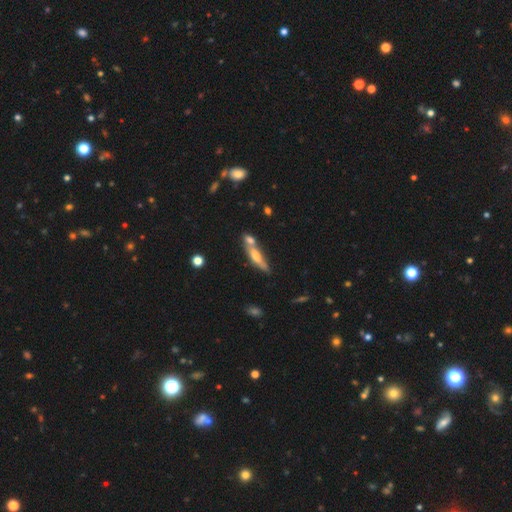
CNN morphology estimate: smooth-or-featured: featured or disk: 52% | smooth: 40% | star or artifact: 8%
  disk-edge-on: yes: 81% | no: 19%
  merging: none: 49% | merger: 33% | minor disturbance: 14% | major disturbance: 4%